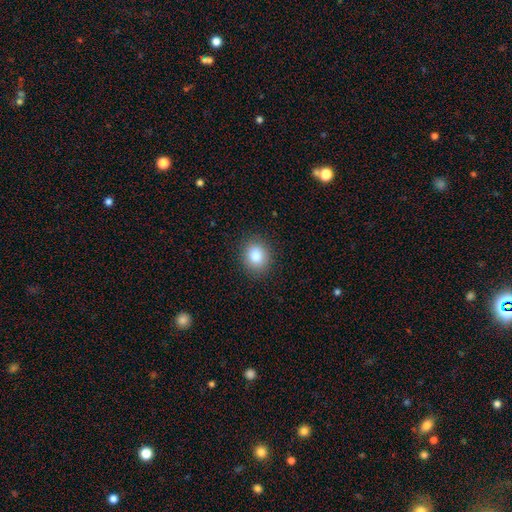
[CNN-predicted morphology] smooth_or_featured: smooth (p=0.85) [alt: star or artifact p=0.10]
how_rounded: round (p=0.68) [alt: in between p=0.32]
merging: none (p=0.88) [alt: minor disturbance p=0.08]